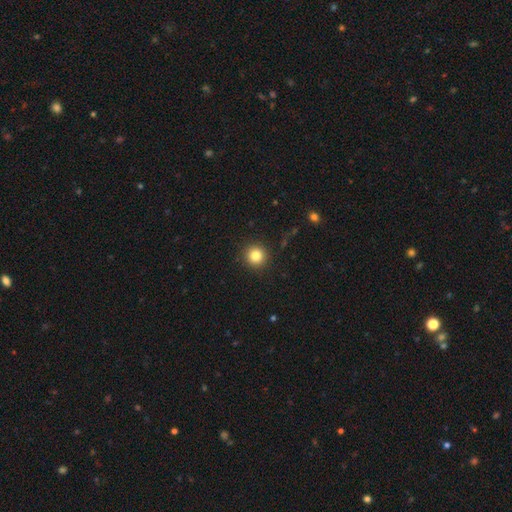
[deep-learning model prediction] Smooth or featured? Predicted: smooth (p=0.83). How rounded? Predicted: round (p=0.94). Merging? Predicted: none (p=0.91).